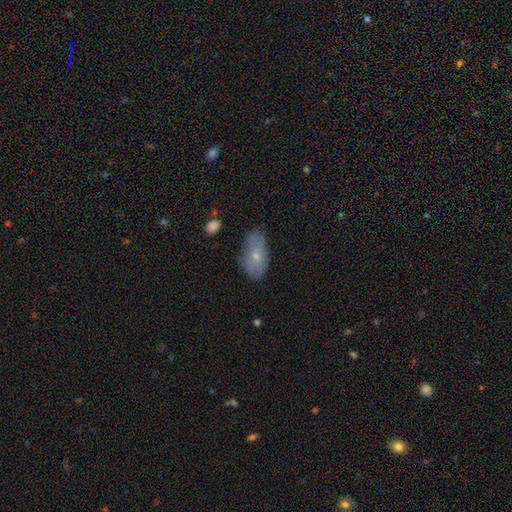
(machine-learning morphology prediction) The model was most divided on "smooth or featured": smooth: 62%, featured or disk: 30%, star or artifact: 8%. More confident: how rounded — in between (90%); merging — none (73%).